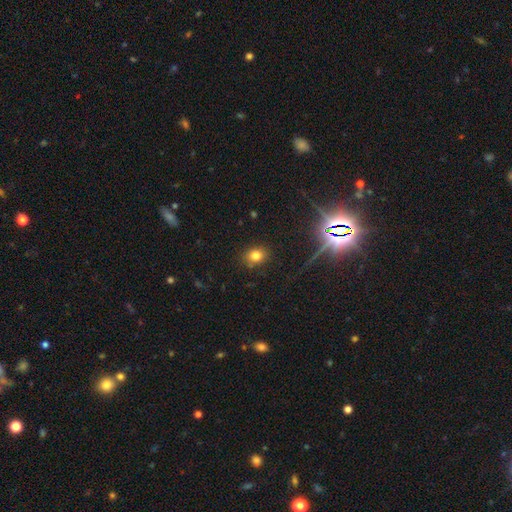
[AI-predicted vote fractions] smooth-or-featured: smooth: 78% | star or artifact: 15% | featured or disk: 8%
  how-rounded: round: 53% | in between: 46% | cigar-shaped: 1%
  merging: none: 84% | minor disturbance: 11% | major disturbance: 3% | merger: 2%